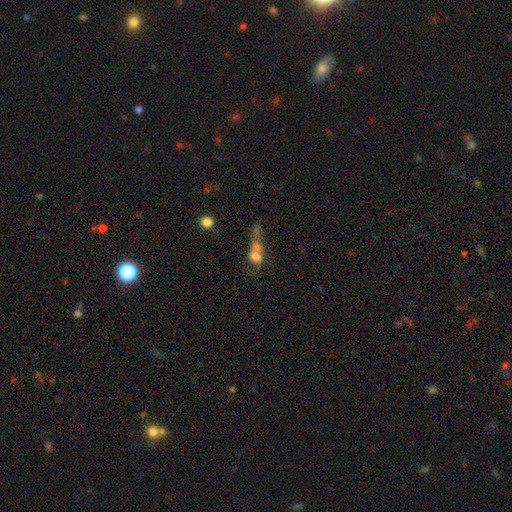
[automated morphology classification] A smooth galaxy with no disk features (59%) that is in between round and cigar-shaped (55%).

Vote fractions:
- Smooth or featured? smooth: 59% / featured or disk: 26% / star or artifact: 15%
- How rounded? in between: 55% / round: 30% / cigar-shaped: 16%
- Merging? merger: 50% / major disturbance: 23% / none: 16% / minor disturbance: 11%